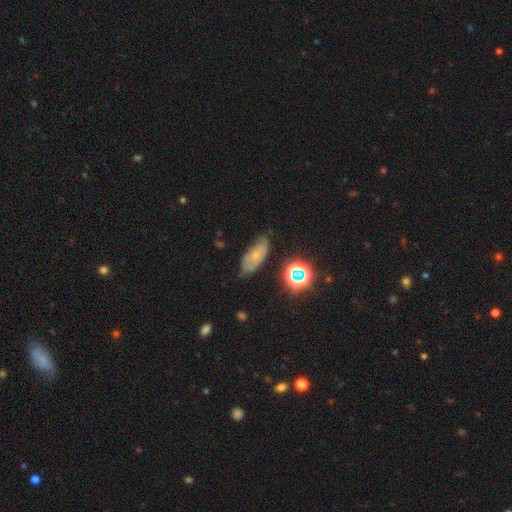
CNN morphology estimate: Smooth or featured? Predicted: smooth (p=0.45). Merging? Predicted: none (p=0.62).